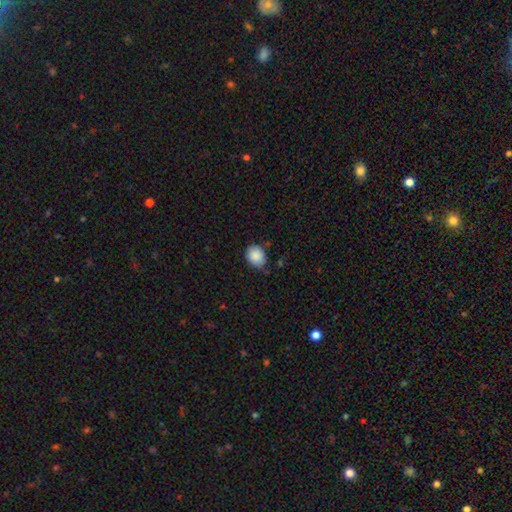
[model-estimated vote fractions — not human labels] This is clearly a smooth galaxy (88%). How rounded: possibly round (52%). Merging: likely none (73%).